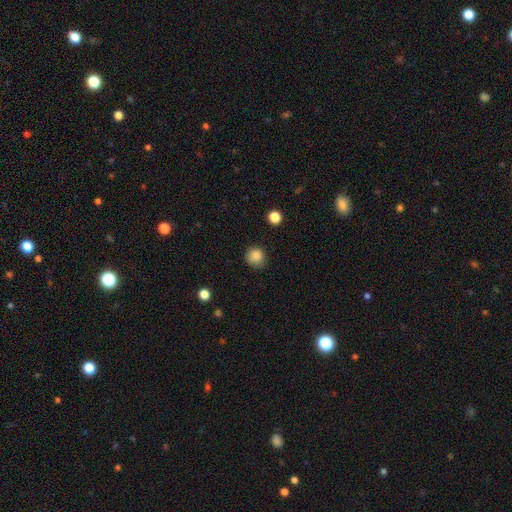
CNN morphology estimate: smooth_or_featured: smooth (p=0.86) [alt: star or artifact p=0.11]
how_rounded: round (p=0.90) [alt: in between p=0.09]
merging: none (p=0.81) [alt: minor disturbance p=0.14]